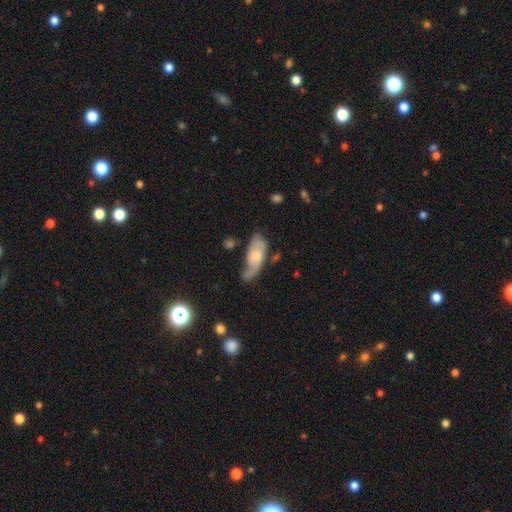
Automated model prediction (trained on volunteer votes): Morphology: type=smooth (48%); merging=none (43%).